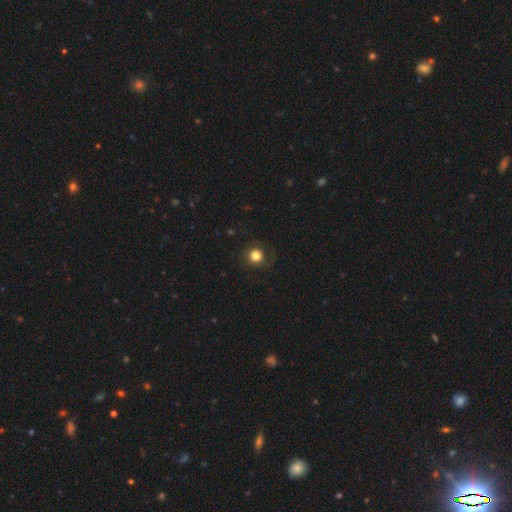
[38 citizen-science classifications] A smooth galaxy with no disk features (84%) that is round (97%). Merging: none (85%).